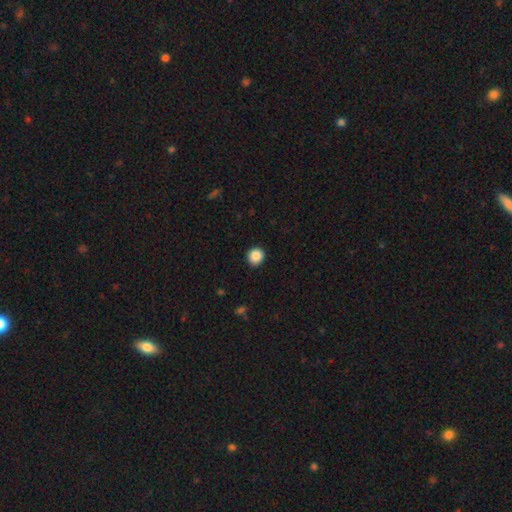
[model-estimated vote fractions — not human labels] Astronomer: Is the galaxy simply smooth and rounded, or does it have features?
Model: smooth — 87%.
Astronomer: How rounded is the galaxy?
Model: round — 93%.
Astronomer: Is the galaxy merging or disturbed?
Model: none — 92%.